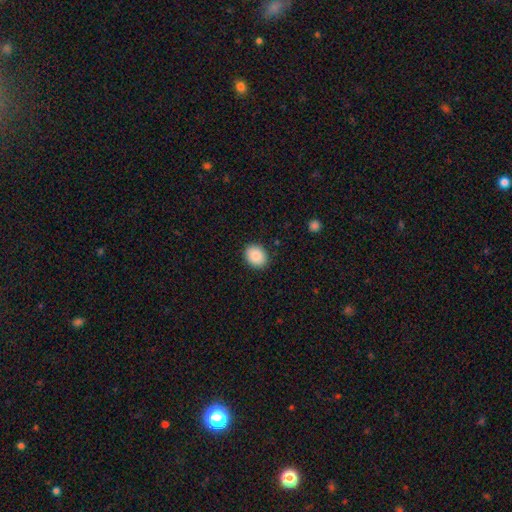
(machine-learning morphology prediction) type=smooth (89%); roundness=round (53%); merging=none (90%).